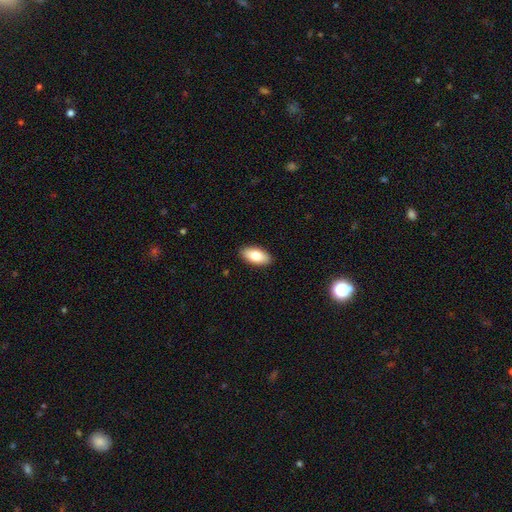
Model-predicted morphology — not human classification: A smooth galaxy with no disk features (80%) that is in between round and cigar-shaped (92%). Merging: none (90%).